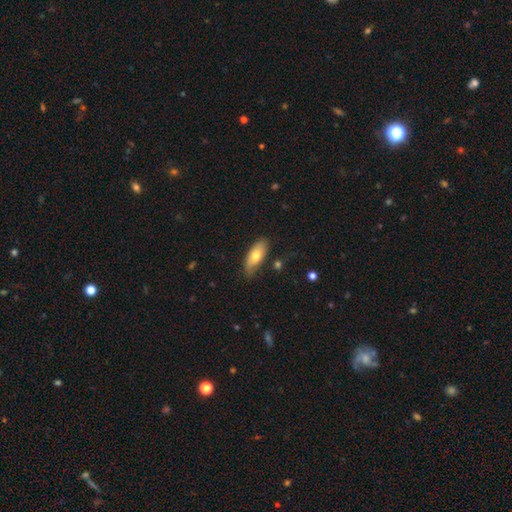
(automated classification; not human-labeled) smooth 70%, featured or disk 24%, star or artifact 6%. Down the decision tree: how rounded — in between (82%); merging — none (72%).